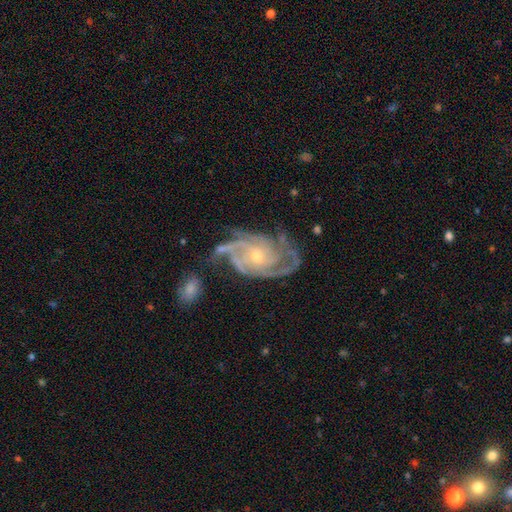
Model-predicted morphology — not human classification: The model was most divided on "spiral arm count": 3: 33%, 4: 25%, 2: 15%, can't tell: 14%, more than 4: 7%, 1: 6%. More confident: spiral arms — yes (98%); edge-on disk — no (97%); smooth or featured — featured or disk (91%); bar — no (69%); bulge size — small (60%); merging — none (57%); spiral winding — tight (57%).